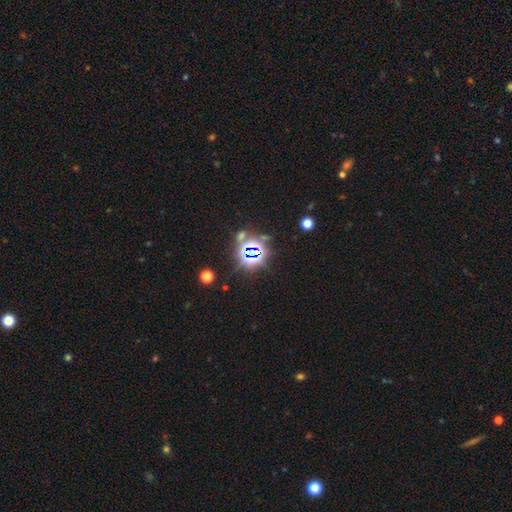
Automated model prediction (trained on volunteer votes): smooth_or_featured: star or artifact (p=0.80) [alt: smooth p=0.12]